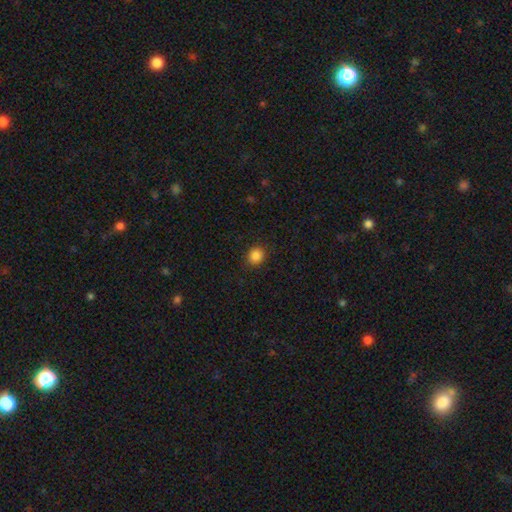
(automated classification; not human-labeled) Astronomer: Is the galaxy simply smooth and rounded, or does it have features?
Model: smooth — 86%.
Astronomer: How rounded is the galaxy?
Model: round — 79%.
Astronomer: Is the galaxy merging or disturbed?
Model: none — 90%.